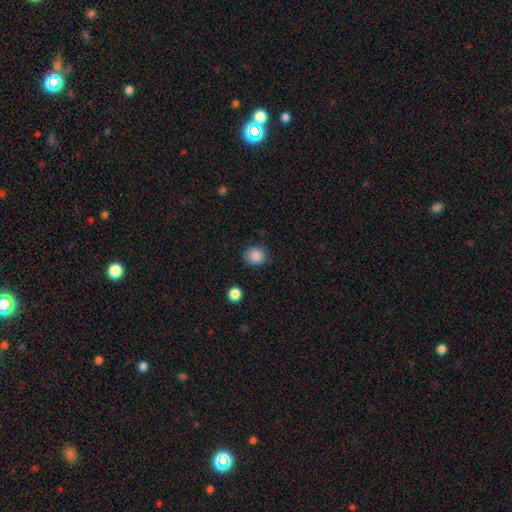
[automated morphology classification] smooth 87%, star or artifact 9%, featured or disk 3%. Down the decision tree: how rounded — round (81%); merging — none (85%).